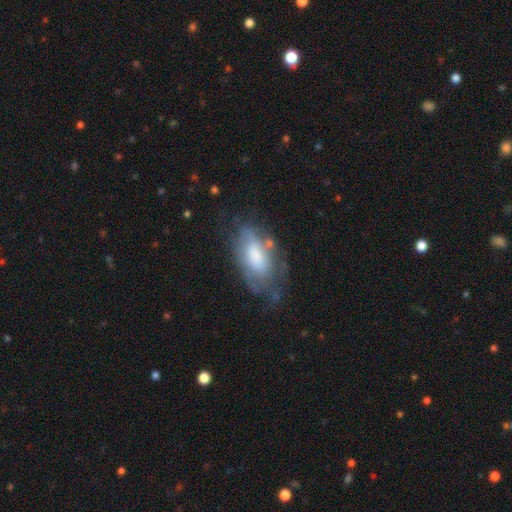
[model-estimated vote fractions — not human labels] Smooth or featured? featured or disk (47%)
Merging? none (50%)